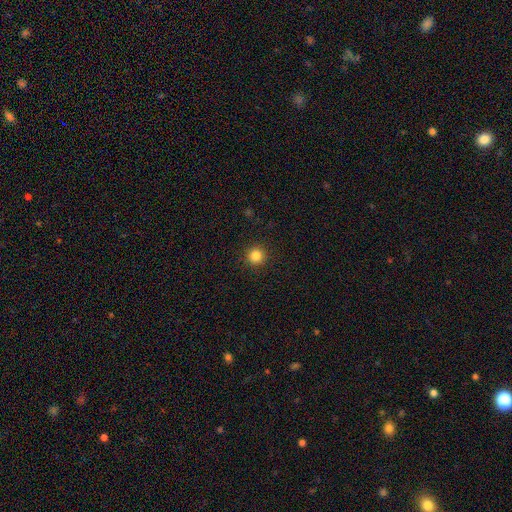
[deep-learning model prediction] This is clearly a smooth galaxy (85%). How rounded: clearly round (96%). Merging: clearly none (92%).